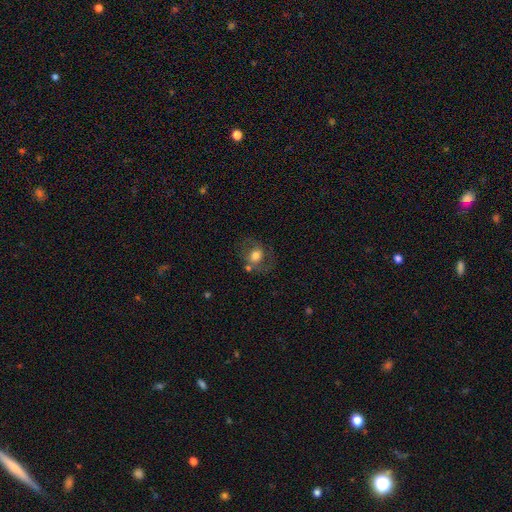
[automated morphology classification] smooth 56%, featured or disk 34%, star or artifact 10%. Down the decision tree: how rounded — round (63%); merging — none (60%).